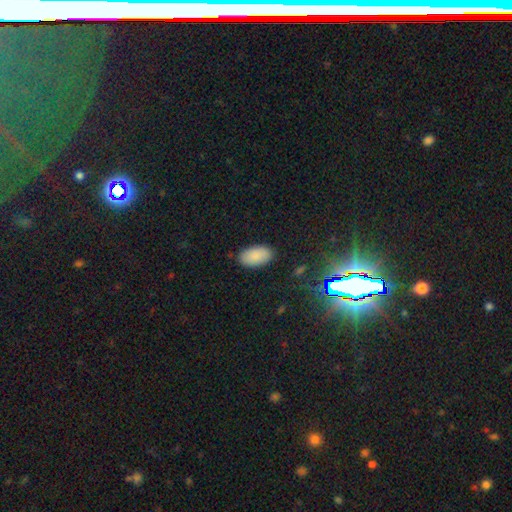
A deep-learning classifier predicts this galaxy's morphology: Smooth or featured?
  - smooth: 88% *
  - star or artifact: 8%
  - featured or disk: 4%
How rounded?
  - in between: 95% *
  - round: 3%
  - cigar-shaped: 2%
Merging?
  - none: 88% *
  - minor disturbance: 9%
  - major disturbance: 2%
  - merger: 1%